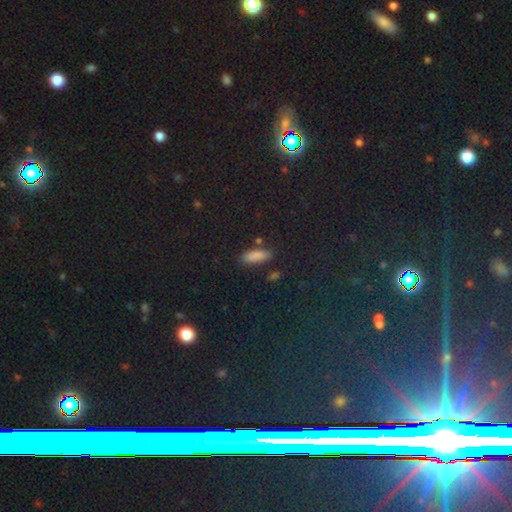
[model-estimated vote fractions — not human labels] A smooth galaxy with no disk features (84%) that is in between round and cigar-shaped (69%).

Vote fractions:
- Smooth or featured? smooth: 84% / star or artifact: 11% / featured or disk: 5%
- How rounded? in between: 69% / cigar-shaped: 27% / round: 4%
- Merging? none: 79% / minor disturbance: 13% / merger: 4% / major disturbance: 4%